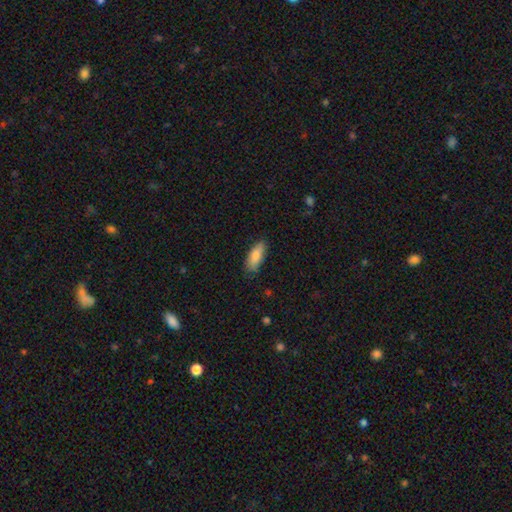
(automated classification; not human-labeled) The model was most divided on "how rounded": in between: 74%, cigar-shaped: 25%, round: 2%. More confident: smooth or featured — smooth (85%); merging — none (81%).